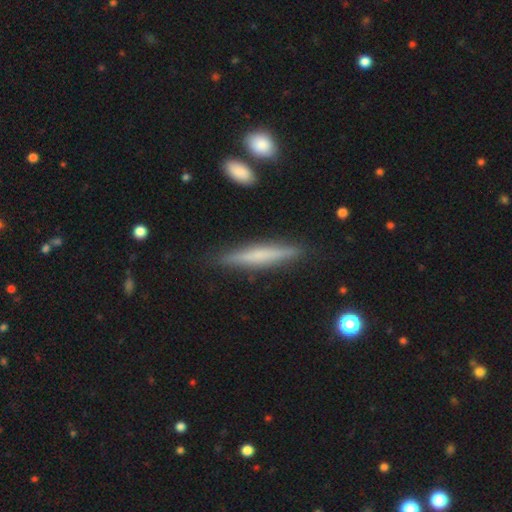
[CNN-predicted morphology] Smooth or featured? smooth (49%)
Merging? none (88%)